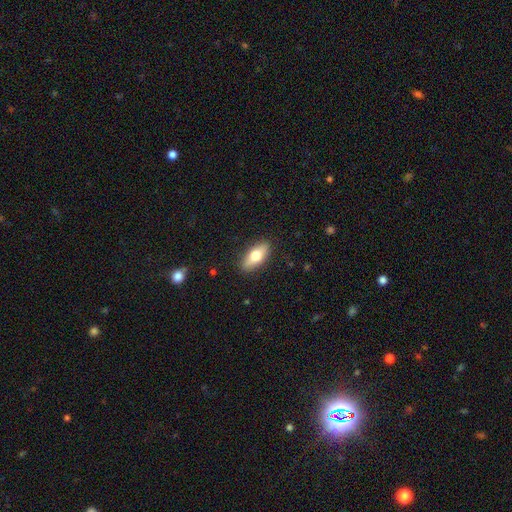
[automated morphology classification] This appears to be a smooth galaxy with no disk features (68%) that is in between round and cigar-shaped (77%). Merging: none (88%).